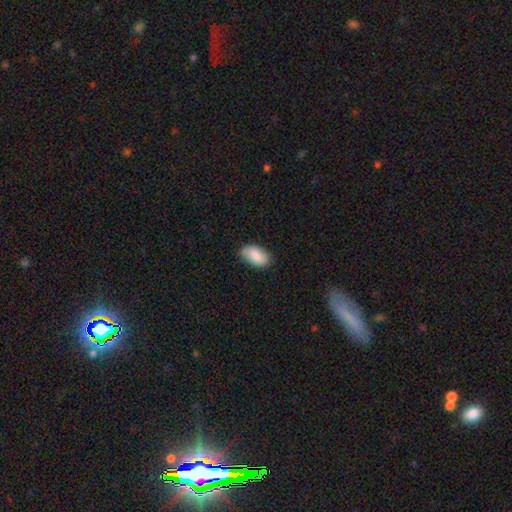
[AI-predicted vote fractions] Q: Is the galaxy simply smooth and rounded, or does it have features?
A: smooth — 87%.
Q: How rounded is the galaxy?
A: in between — 95%.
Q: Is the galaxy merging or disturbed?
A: none — 81%.